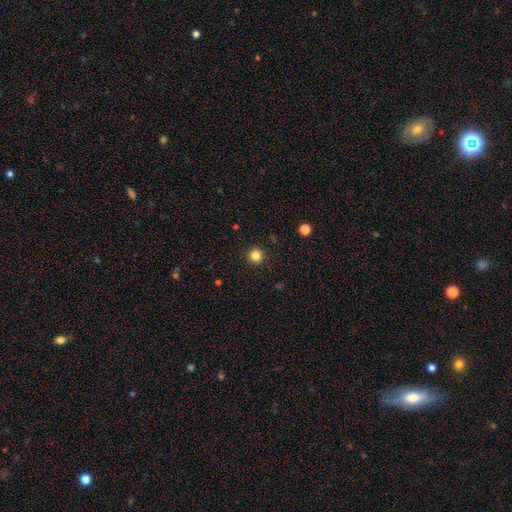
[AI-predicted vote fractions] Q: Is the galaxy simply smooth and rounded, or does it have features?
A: smooth — 84%.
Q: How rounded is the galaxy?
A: round — 96%.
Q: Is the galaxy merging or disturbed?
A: none — 93%.